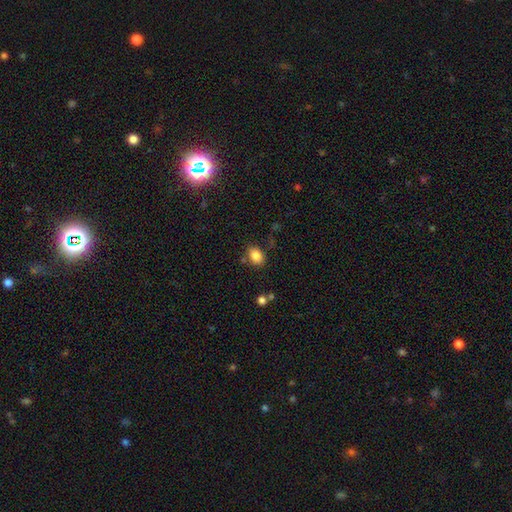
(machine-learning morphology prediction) A smooth galaxy with no disk features (84%) that is in between round and cigar-shaped (71%).

Vote fractions:
- Smooth or featured? smooth: 84% / star or artifact: 9% / featured or disk: 6%
- How rounded? in between: 71% / round: 28% / cigar-shaped: 1%
- Merging? none: 79% / minor disturbance: 13% / merger: 5% / major disturbance: 4%